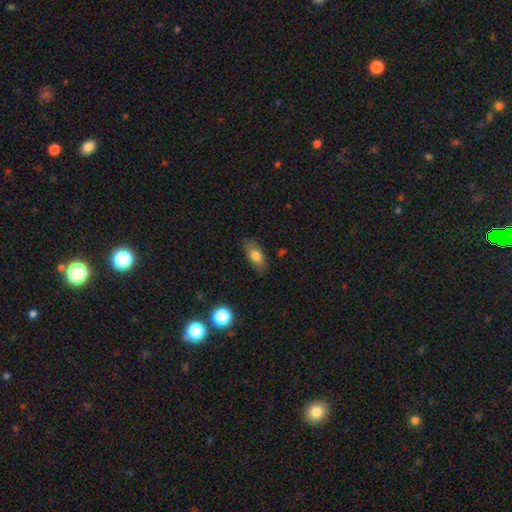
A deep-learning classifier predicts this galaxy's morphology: This is likely a smooth galaxy (75%). How rounded: clearly in between (84%). Merging: clearly none (82%).